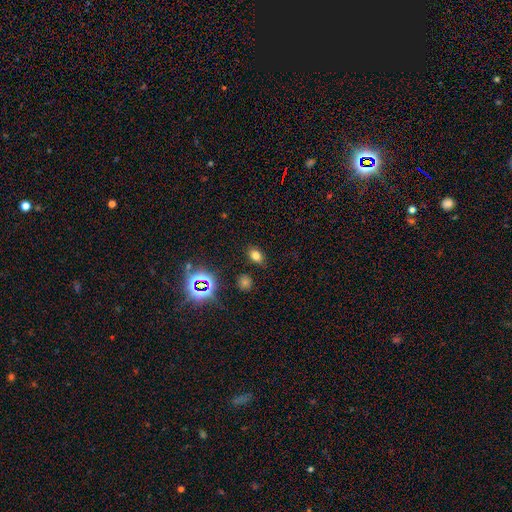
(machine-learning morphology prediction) smooth_or_featured: smooth (p=0.70) [alt: star or artifact p=0.22]
how_rounded: in between (p=0.74) [alt: round p=0.25]
merging: none (p=0.82) [alt: minor disturbance p=0.12]